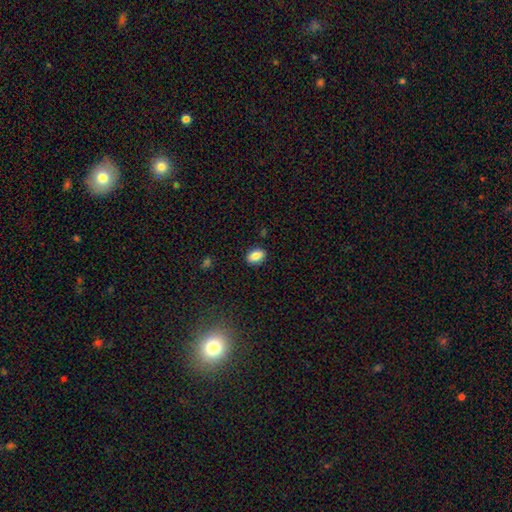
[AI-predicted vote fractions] Morphology: type=smooth (86%); roundness=in between (83%); merging=none (87%).